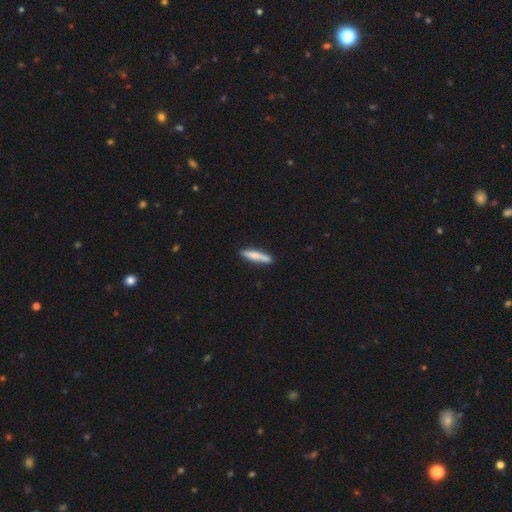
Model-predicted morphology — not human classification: Q: Smooth or featured?
A: smooth (75%); runner-up: featured or disk (19%)
Q: How rounded?
A: cigar-shaped (89%); runner-up: in between (9%)
Q: Merging?
A: none (85%); runner-up: minor disturbance (11%)